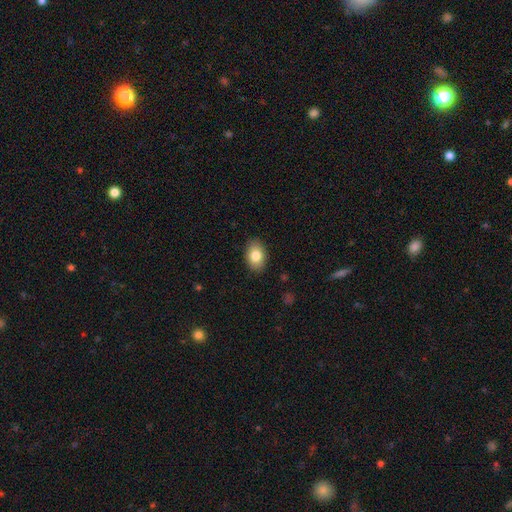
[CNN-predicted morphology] This is clearly a smooth galaxy (83%). How rounded: clearly in between (85%). Merging: clearly none (88%).